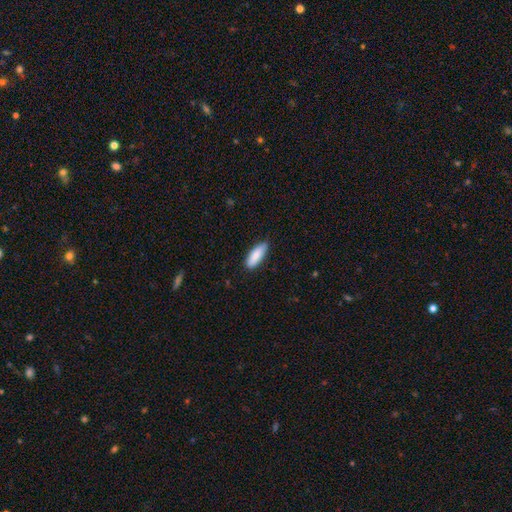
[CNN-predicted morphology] smooth 86%, featured or disk 8%, star or artifact 6%. Down the decision tree: how rounded — in between (63%); merging — none (83%).